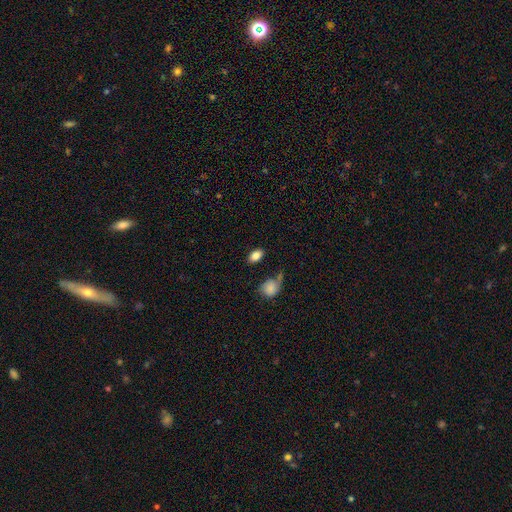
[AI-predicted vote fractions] This is clearly a smooth galaxy (85%). How rounded: clearly in between (89%). Merging: likely none (78%).